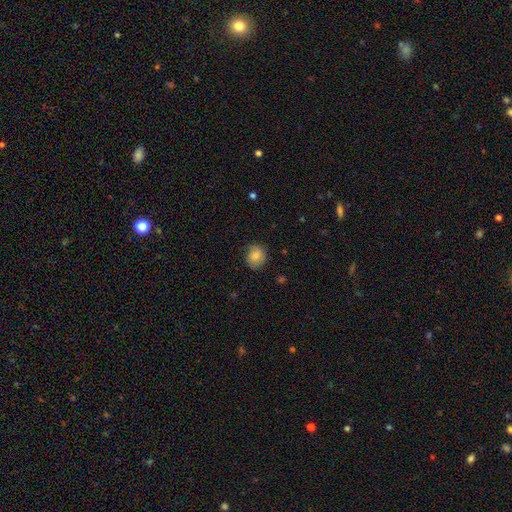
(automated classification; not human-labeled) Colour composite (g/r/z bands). It shows a smooth galaxy with no disk features (80%) that is round (71%). Merging: none (72%).